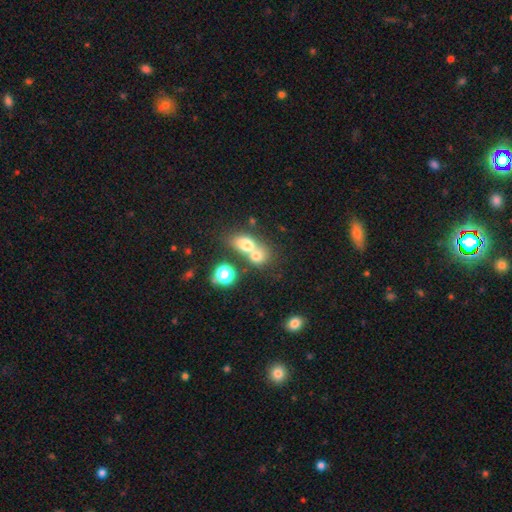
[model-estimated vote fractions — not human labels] Overall: smooth (69%). How rounded: round (51%; in between 46%). Merging: merger (63%; none 26%).